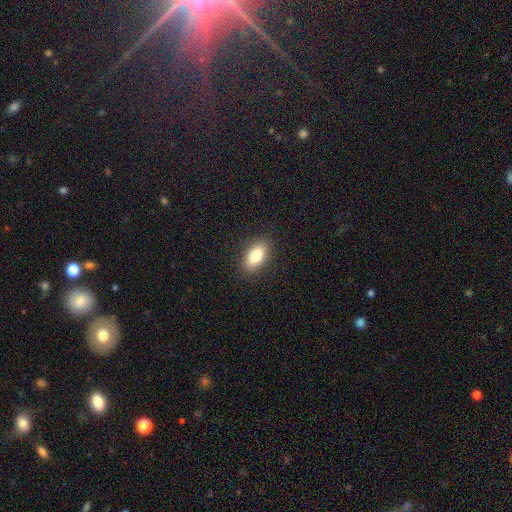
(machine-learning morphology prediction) Overall: smooth (82%). How rounded: in between (89%). Merging: none (88%).